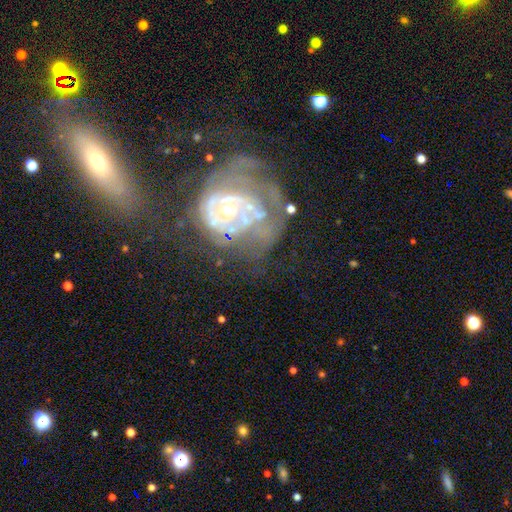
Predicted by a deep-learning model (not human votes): This appears to be a featured or disk galaxy (76%) with no bar (78%), spiral arms (63%) and a moderate central bulge (49%). Merging: major disturbance (40%).